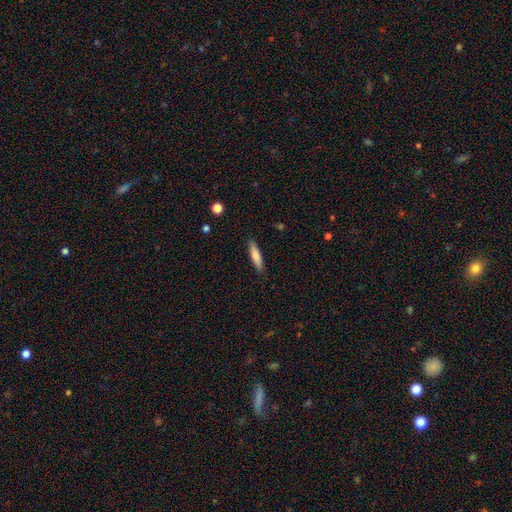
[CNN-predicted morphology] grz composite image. It shows a smooth galaxy with no disk features (79%) that is cigar-shaped (80%). Merging: none (88%).